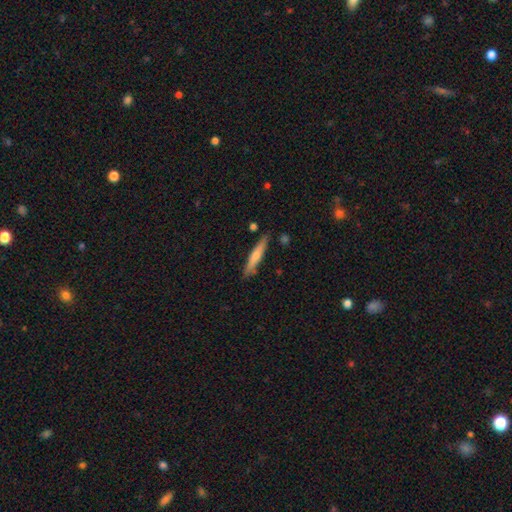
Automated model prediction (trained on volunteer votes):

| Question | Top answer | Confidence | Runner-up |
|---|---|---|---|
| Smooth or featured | smooth | 58% | featured or disk (36%) |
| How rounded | cigar-shaped | 91% | in between (7%) |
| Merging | none | 84% | minor disturbance (11%) |